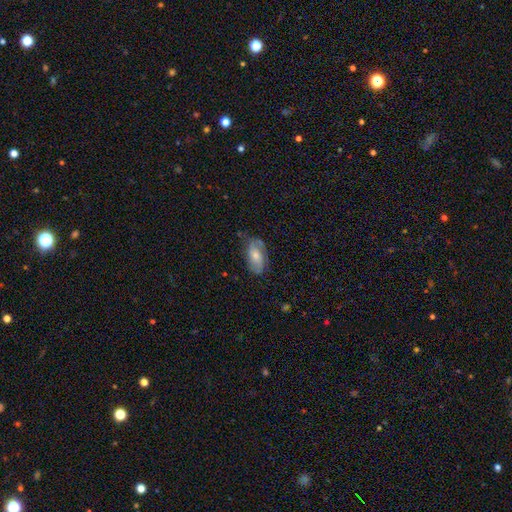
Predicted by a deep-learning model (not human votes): Smooth or featured? Predicted: smooth (p=0.47). Merging? Predicted: none (p=0.65).